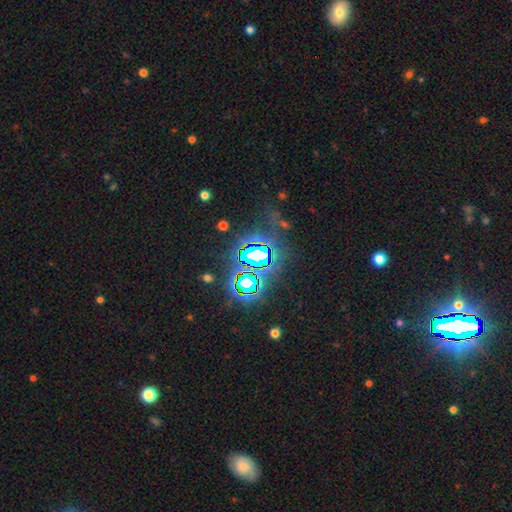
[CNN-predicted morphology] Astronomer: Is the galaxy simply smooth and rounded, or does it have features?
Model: star or artifact — 77%.